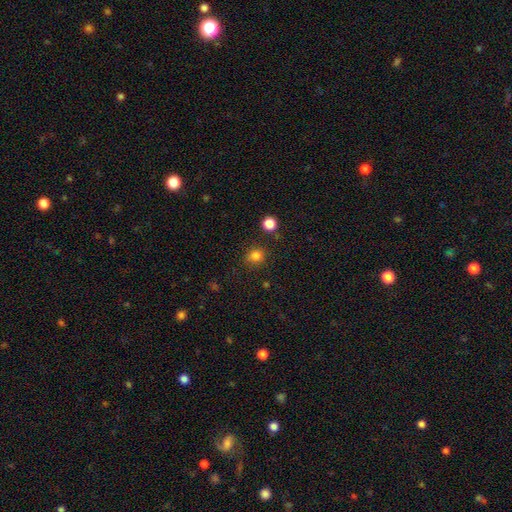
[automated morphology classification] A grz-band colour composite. It shows a smooth galaxy with no disk features (83%) that is round (83%). Merging: none (84%).